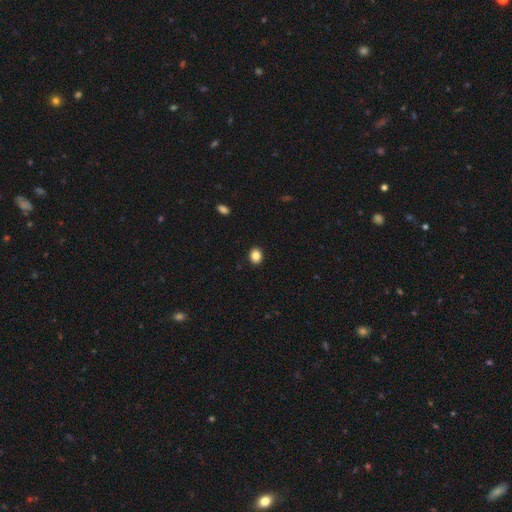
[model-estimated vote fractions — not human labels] Smooth or featured? smooth (85%)
How rounded? round (59%)
Merging? none (91%)